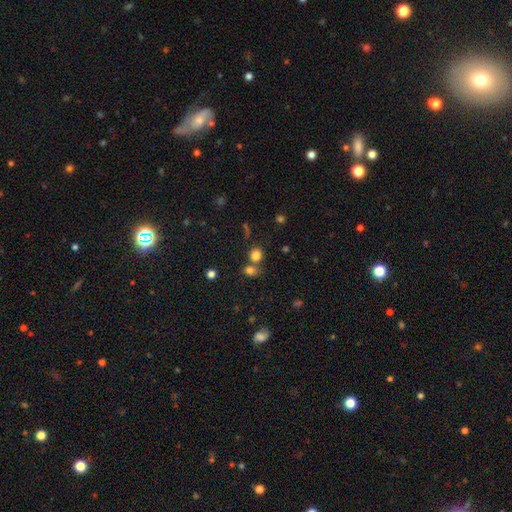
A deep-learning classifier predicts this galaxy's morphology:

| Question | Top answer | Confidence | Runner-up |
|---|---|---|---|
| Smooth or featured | smooth | 79% | star or artifact (15%) |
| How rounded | round | 82% | in between (17%) |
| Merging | none | 61% | merger (26%) |